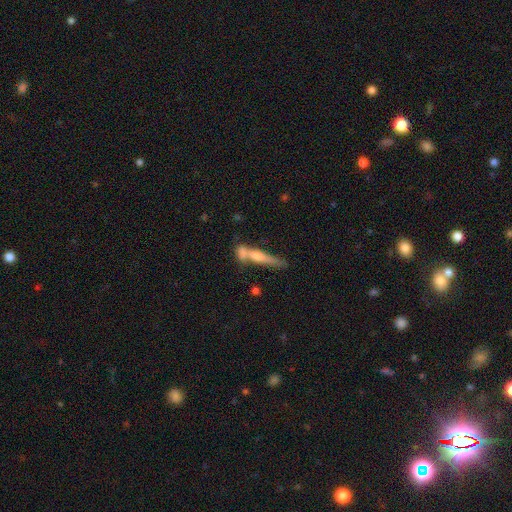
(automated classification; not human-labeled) Q: Smooth or featured?
A: smooth (50%); runner-up: featured or disk (42%)
Q: How rounded?
A: cigar-shaped (88%); runner-up: in between (9%)
Q: Merging?
A: none (45%); runner-up: merger (28%)